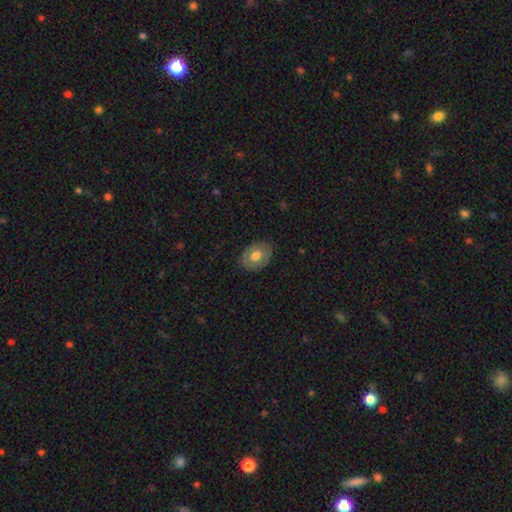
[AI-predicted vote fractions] Overall: smooth (60%; featured or disk 34%). How rounded: in between (63%; round 36%). Merging: none (82%).